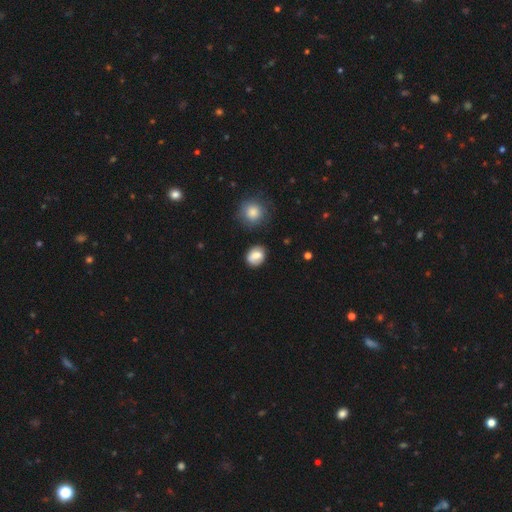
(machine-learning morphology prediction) Smooth or featured? Predicted: smooth (p=0.76). How rounded? Predicted: round (p=0.52). Merging? Predicted: none (p=0.77).